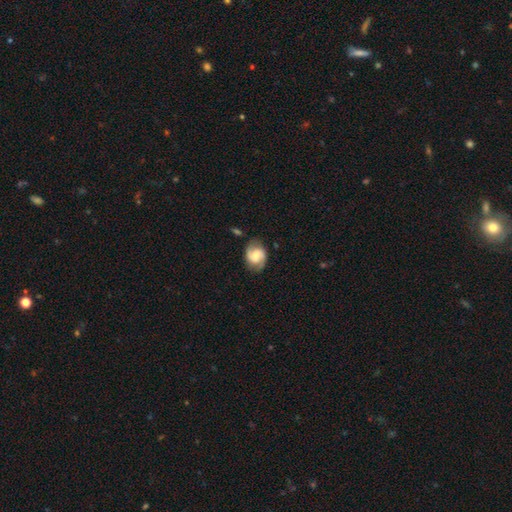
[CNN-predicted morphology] Smooth or featured? featured or disk (63%)
Edge-on disk? no (97%)
Bar? weak (48%)
Spiral arms? yes (92%)
Spiral winding? medium (48%)
Spiral arm count? 2 (88%)
Bulge size? moderate (38%)
Merging? none (76%)